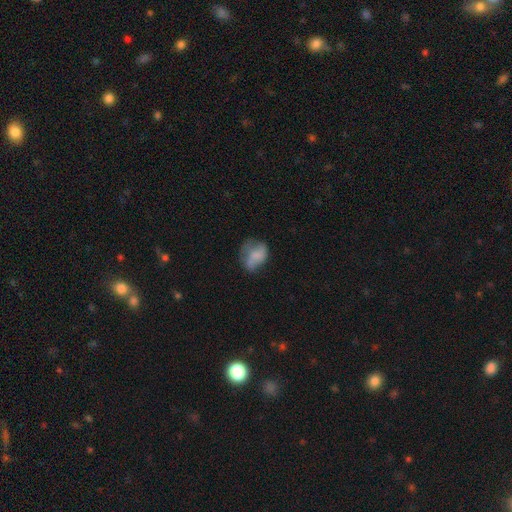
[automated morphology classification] Smooth or featured? Predicted: smooth (p=0.59). How rounded? Predicted: in between (p=0.63). Merging? Predicted: none (p=0.42).